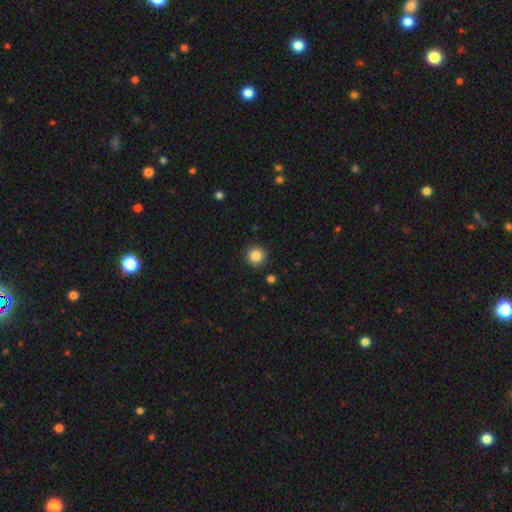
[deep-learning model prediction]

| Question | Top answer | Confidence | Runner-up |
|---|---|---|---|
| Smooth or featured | smooth | 85% | star or artifact (10%) |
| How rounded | round | 95% | in between (4%) |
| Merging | none | 91% | minor disturbance (6%) |